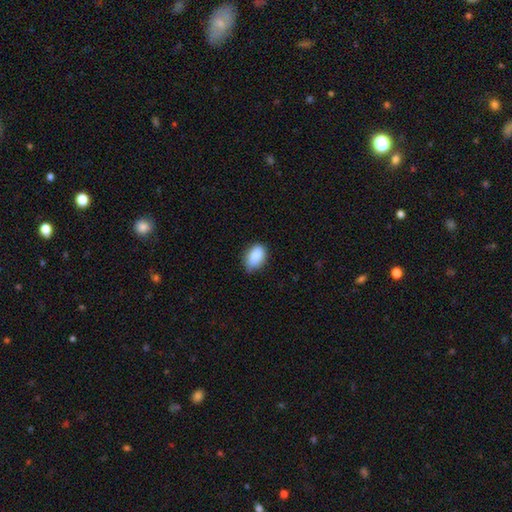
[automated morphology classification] This is clearly a smooth galaxy (89%). How rounded: clearly in between (90%). Merging: likely none (73%).